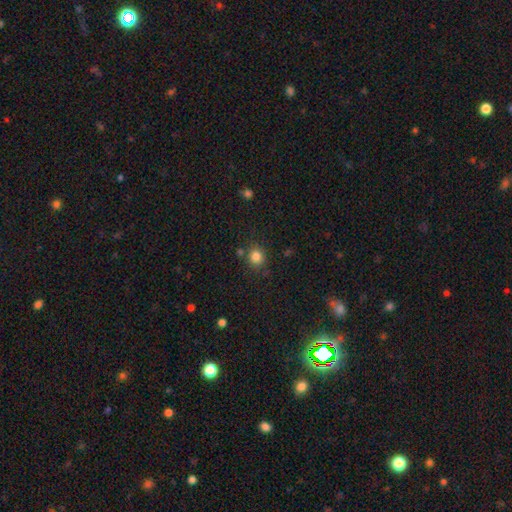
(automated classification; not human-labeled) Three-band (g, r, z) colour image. It shows a smooth galaxy with no disk features (83%) that is round (84%). Merging: none (79%).